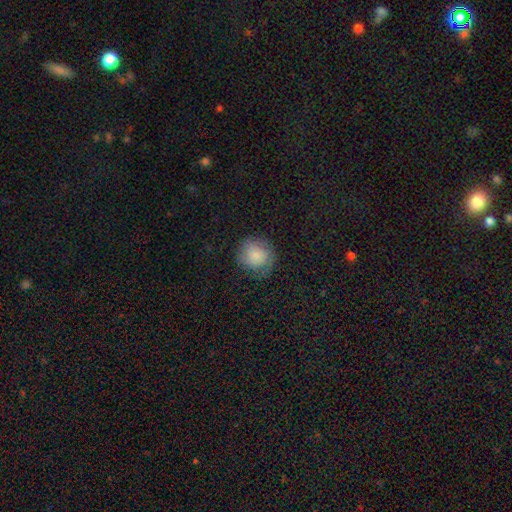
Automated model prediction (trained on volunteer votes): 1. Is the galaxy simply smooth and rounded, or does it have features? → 77% smooth, 15% featured or disk, 8% star or artifact.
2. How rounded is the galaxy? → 87% round, 12% in between, 1% cigar-shaped.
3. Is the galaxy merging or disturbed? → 68% none, 21% minor disturbance, 10% major disturbance, 1% merger.